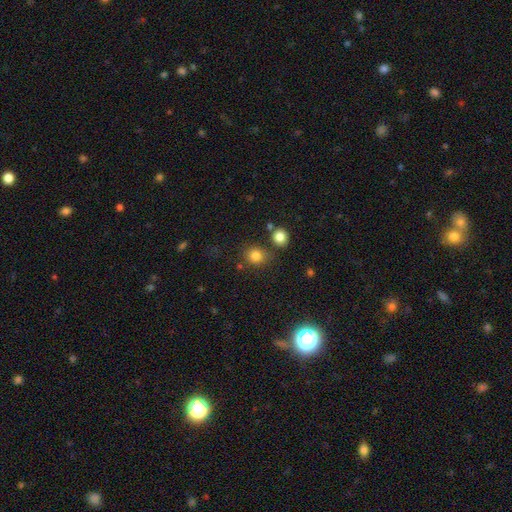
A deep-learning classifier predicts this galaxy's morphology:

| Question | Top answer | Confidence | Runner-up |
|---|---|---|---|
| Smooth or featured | smooth | 82% | star or artifact (13%) |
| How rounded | round | 79% | in between (20%) |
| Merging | none | 76% | minor disturbance (11%) |